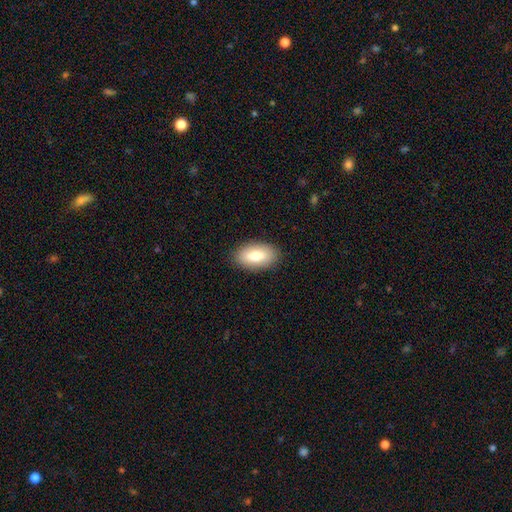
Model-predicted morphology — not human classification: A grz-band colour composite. It shows a smooth galaxy with no disk features (78%) that is in between round and cigar-shaped (93%). Merging: none (88%).